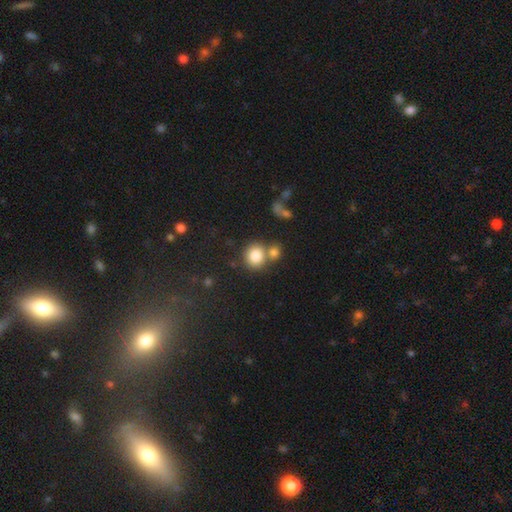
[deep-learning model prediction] Smooth or featured? Predicted: smooth (p=0.82). How rounded? Predicted: round (p=0.84). Merging? Predicted: none (p=0.56).